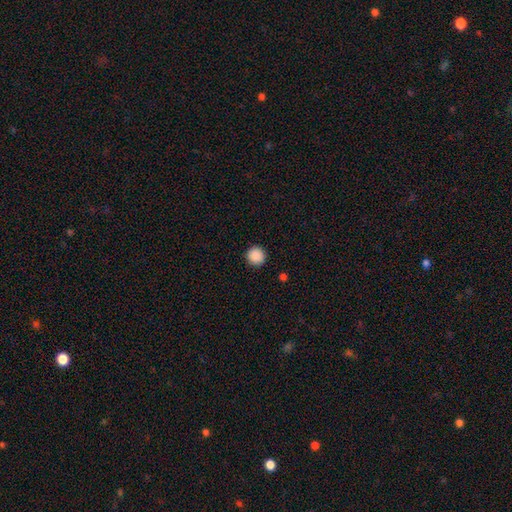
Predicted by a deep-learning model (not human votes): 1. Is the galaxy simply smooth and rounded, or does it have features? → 89% smooth, 9% star or artifact, 2% featured or disk.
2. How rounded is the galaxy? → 95% round, 4% in between, 1% cigar-shaped.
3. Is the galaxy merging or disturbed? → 92% none, 5% minor disturbance, 2% major disturbance, 1% merger.